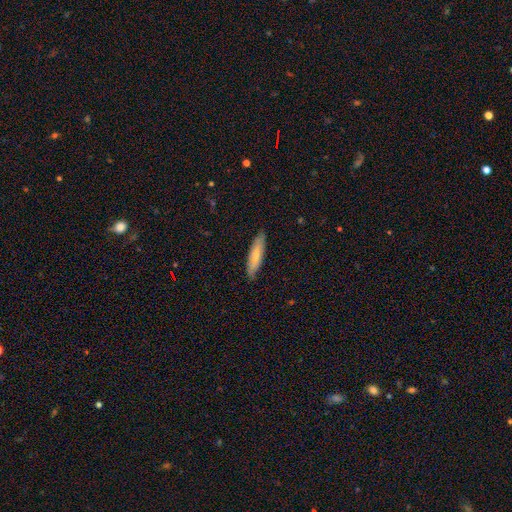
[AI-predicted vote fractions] Morphology: type=smooth (68%); roundness=cigar-shaped (73%); merging=none (86%).